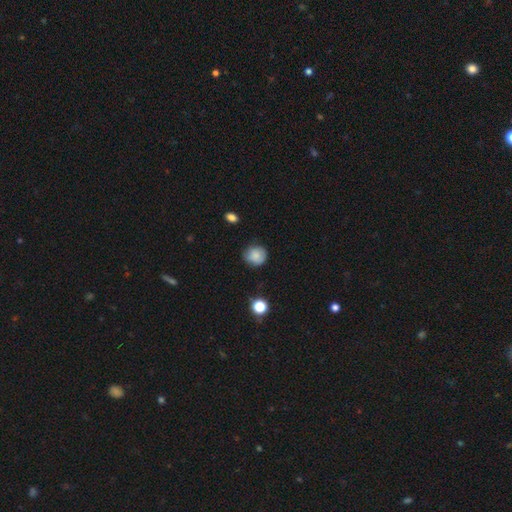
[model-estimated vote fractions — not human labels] Q: Smooth or featured?
A: smooth (83%); runner-up: featured or disk (9%)
Q: How rounded?
A: round (86%); runner-up: in between (13%)
Q: Merging?
A: none (76%); runner-up: minor disturbance (19%)